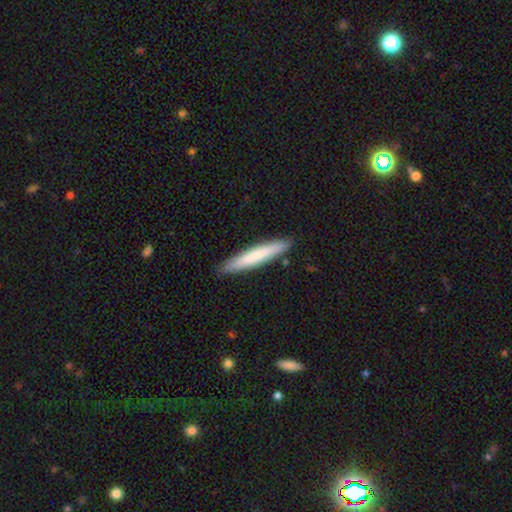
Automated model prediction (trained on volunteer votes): Smooth or featured: smooth — 72% (featured or disk — 23%)
How rounded: cigar-shaped — 94% (in between — 5%)
Merging: none — 90% (minor disturbance — 7%)